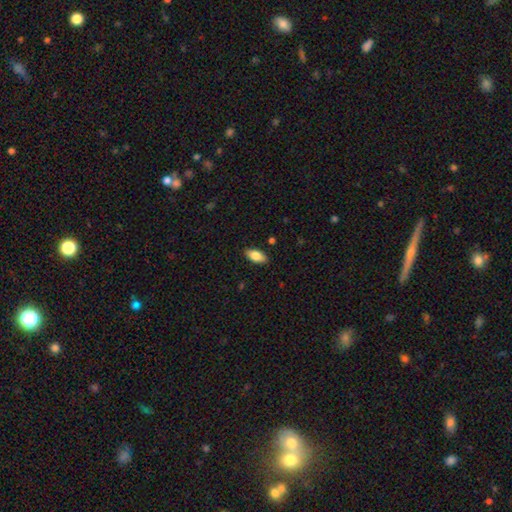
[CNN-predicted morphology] This is clearly a smooth galaxy (81%). How rounded: clearly in between (89%). Merging: clearly none (88%).